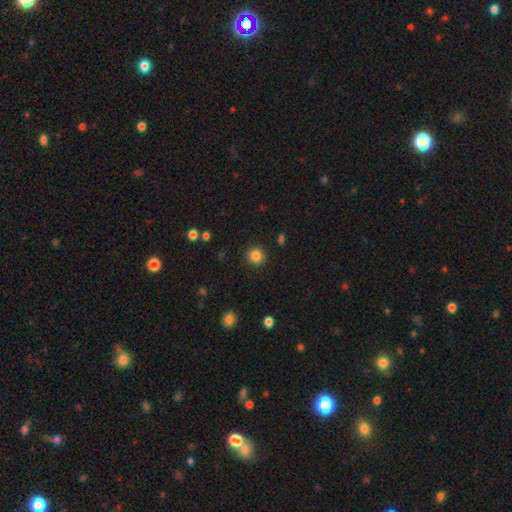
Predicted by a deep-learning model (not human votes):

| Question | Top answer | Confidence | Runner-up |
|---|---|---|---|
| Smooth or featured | smooth | 84% | star or artifact (11%) |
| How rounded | round | 93% | in between (6%) |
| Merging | none | 91% | minor disturbance (6%) |